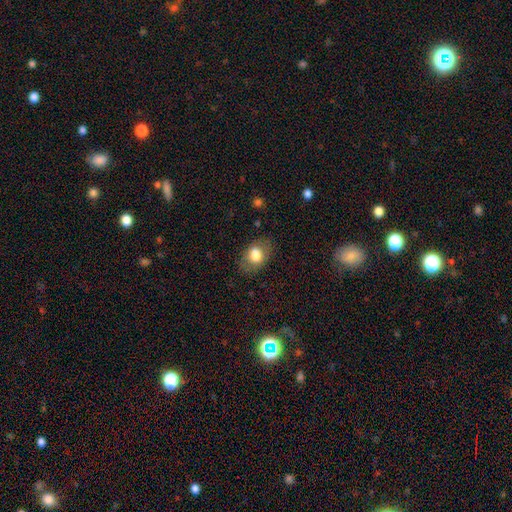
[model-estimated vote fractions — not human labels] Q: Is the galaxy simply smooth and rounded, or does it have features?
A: smooth — 74%.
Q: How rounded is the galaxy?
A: in between — 82%.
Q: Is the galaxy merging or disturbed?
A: none — 78%.